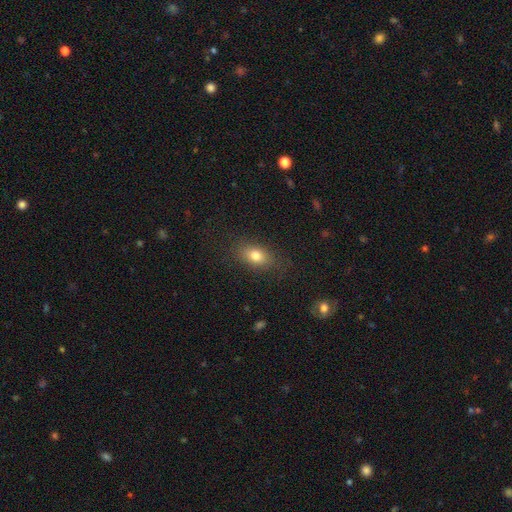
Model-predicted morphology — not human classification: type=smooth (79%); roundness=in between (81%); merging=none (82%).